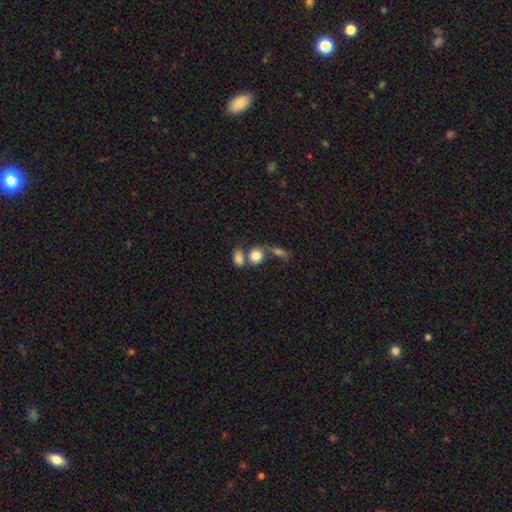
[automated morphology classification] A smooth galaxy with no disk features (81%) that is in between round and cigar-shaped (51%).

Vote fractions:
- Smooth or featured? smooth: 81% / star or artifact: 10% / featured or disk: 10%
- How rounded? in between: 51% / round: 46% / cigar-shaped: 3%
- Merging? merger: 47% / none: 35% / minor disturbance: 11% / major disturbance: 7%